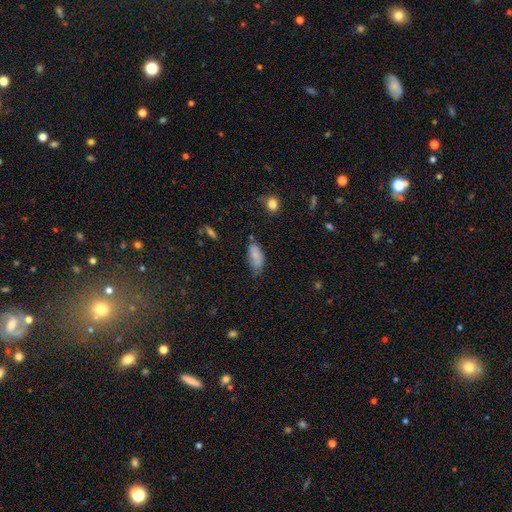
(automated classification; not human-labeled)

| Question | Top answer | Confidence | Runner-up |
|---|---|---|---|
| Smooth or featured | smooth | 79% | featured or disk (12%) |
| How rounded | in between | 90% | cigar-shaped (6%) |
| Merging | none | 44% | minor disturbance (39%) |